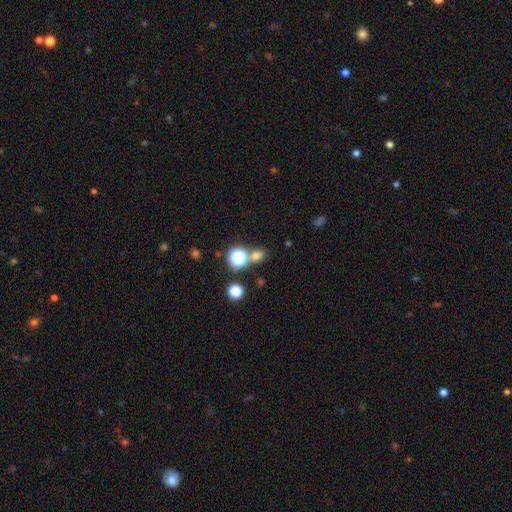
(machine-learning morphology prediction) smooth-or-featured: smooth: 65% | star or artifact: 28% | featured or disk: 6%
  how-rounded: round: 63% | in between: 35% | cigar-shaped: 1%
  merging: none: 68% | merger: 20% | minor disturbance: 9% | major disturbance: 4%